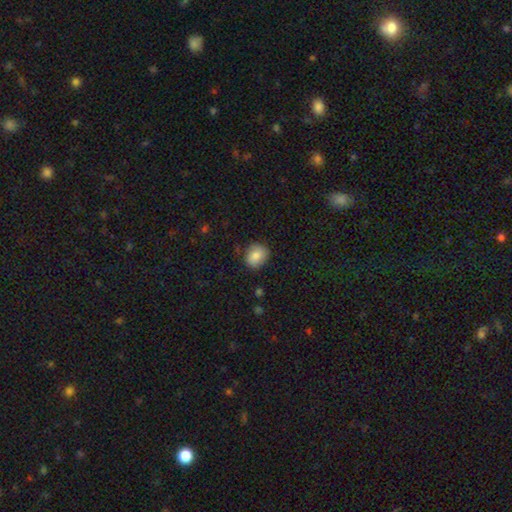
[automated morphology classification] This appears to be a smooth galaxy with no disk features (83%) that is round (66%). Merging: none (79%).